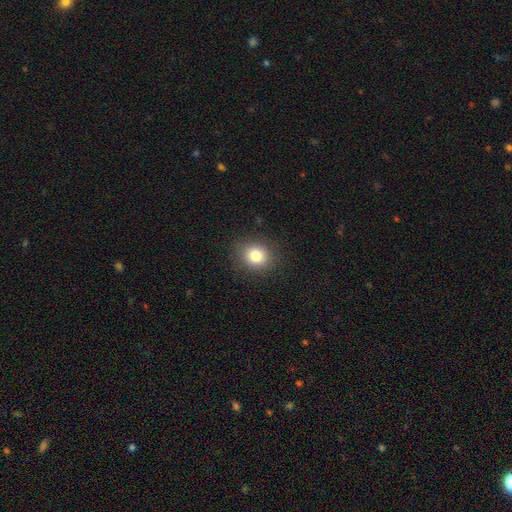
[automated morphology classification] This is clearly a smooth galaxy (82%). How rounded: likely round (74%). Merging: clearly none (88%).